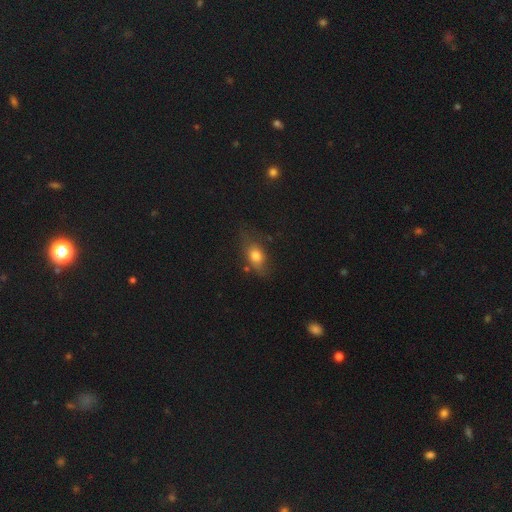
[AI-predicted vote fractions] The model was most divided on "merging": none: 58%, minor disturbance: 26%, major disturbance: 12%, merger: 4%. More confident: how rounded — in between (74%); smooth or featured — smooth (72%).